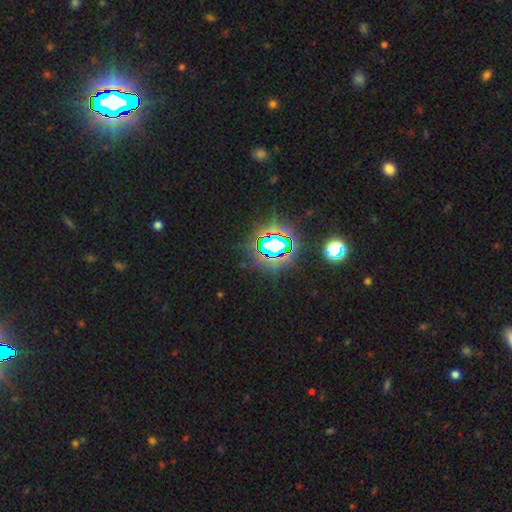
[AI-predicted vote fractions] Overall: star or artifact (81%).